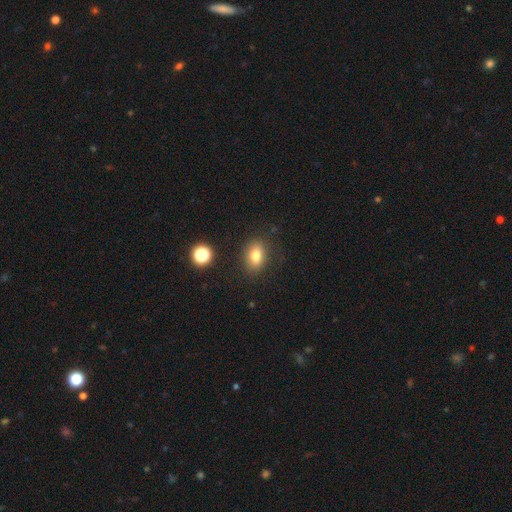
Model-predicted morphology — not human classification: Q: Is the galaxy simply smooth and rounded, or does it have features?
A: smooth — 78%.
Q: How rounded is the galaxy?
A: in between — 75%.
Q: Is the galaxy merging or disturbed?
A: none — 83%.